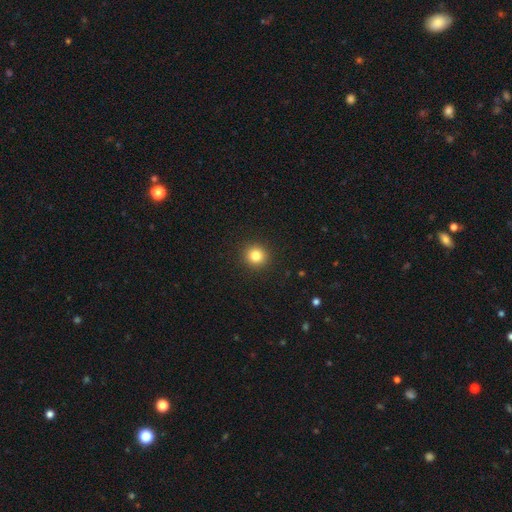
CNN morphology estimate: Smooth or featured?
  - smooth: 83% *
  - star or artifact: 12%
  - featured or disk: 6%
How rounded?
  - round: 93% *
  - in between: 6%
  - cigar-shaped: 1%
Merging?
  - none: 93% *
  - minor disturbance: 4%
  - major disturbance: 2%
  - merger: 1%